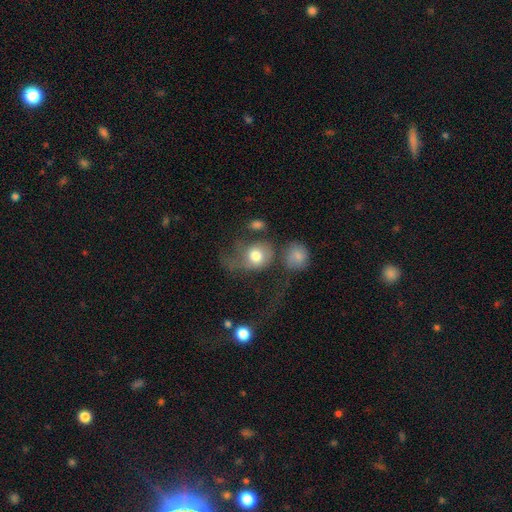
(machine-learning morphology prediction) Q: Smooth or featured?
A: smooth (70%); runner-up: featured or disk (21%)
Q: How rounded?
A: round (68%); runner-up: in between (31%)
Q: Merging?
A: major disturbance (48%); runner-up: none (22%)